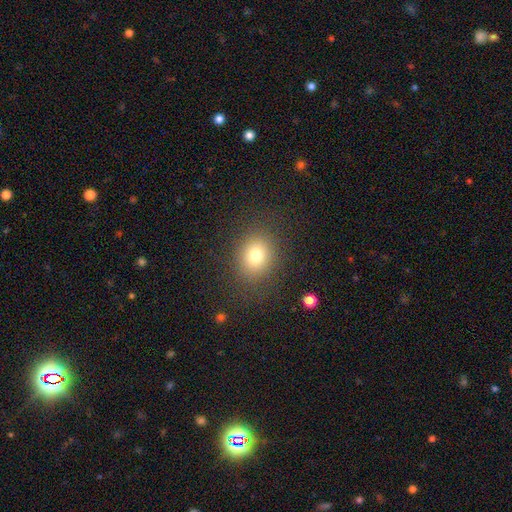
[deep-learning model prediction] The model was most divided on "how rounded": round: 65%, in between: 34%, cigar-shaped: 1%. More confident: merging — none (85%); smooth or featured — smooth (76%).